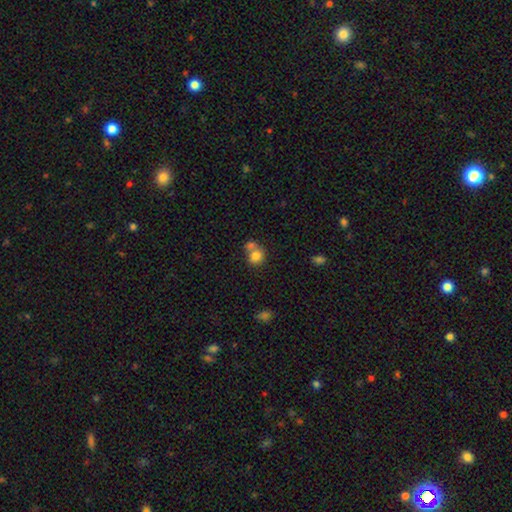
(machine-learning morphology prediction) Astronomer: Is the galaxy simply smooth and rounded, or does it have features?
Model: smooth — 79%.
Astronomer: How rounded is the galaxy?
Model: round — 76%.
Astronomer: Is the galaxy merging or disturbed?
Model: merger — 47% (runner-up: none, 39%).